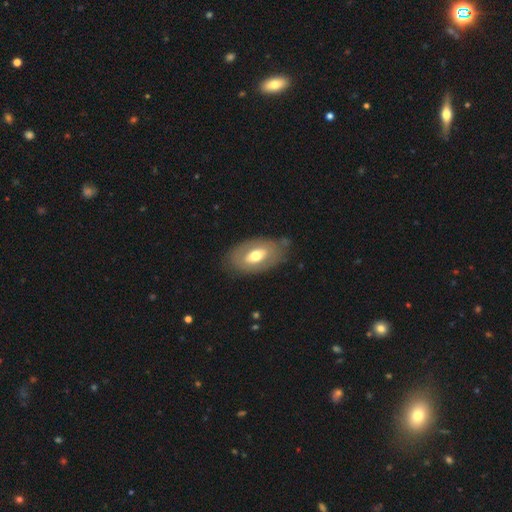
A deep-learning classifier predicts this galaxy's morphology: type=smooth (50%); merging=none (75%).